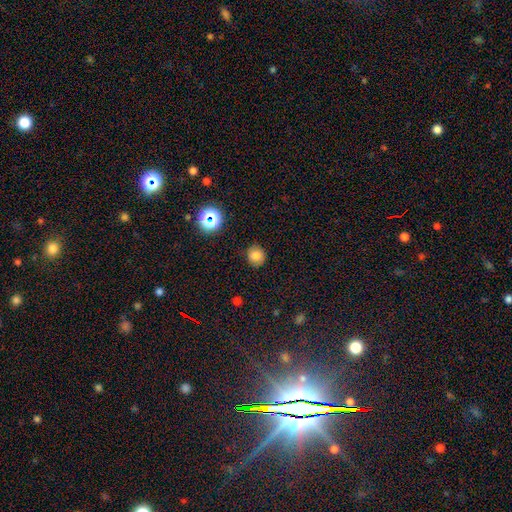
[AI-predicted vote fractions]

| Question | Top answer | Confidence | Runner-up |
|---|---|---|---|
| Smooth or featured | smooth | 79% | star or artifact (15%) |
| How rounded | round | 88% | in between (11%) |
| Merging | none | 87% | minor disturbance (9%) |